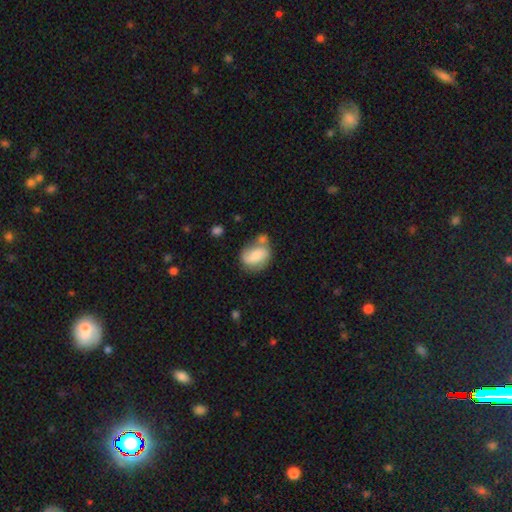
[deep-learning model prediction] This is possibly a smooth galaxy (59%). How rounded: likely in between (64%). Merging: possibly none (45%).